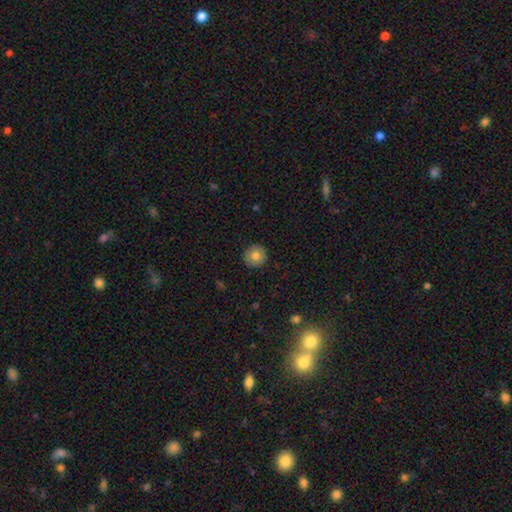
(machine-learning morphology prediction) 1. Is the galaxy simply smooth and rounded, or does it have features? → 77% smooth, 14% featured or disk, 9% star or artifact.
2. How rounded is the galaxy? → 94% round, 5% in between, 1% cigar-shaped.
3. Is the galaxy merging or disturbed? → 91% none, 7% minor disturbance, 2% major disturbance, 1% merger.